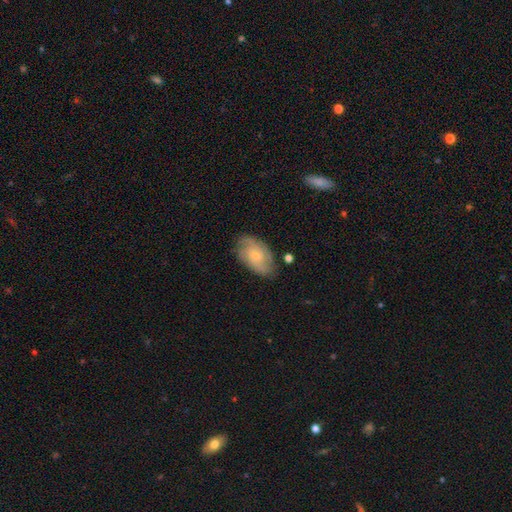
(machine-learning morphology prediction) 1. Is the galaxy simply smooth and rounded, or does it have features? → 65% featured or disk, 29% smooth, 6% star or artifact.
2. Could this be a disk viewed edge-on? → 96% no, 4% yes.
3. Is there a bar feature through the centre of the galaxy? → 63% no, 32% weak, 4% strong.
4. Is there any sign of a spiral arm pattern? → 90% yes, 10% no.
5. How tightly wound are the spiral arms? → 43% tight, 42% medium, 15% loose.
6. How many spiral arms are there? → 39% 2, 28% can't tell, 19% 3, 6% 4, 4% 1, 4% more than 4.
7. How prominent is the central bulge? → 69% small, 24% moderate, 4% none, 1% large, 1% dominant.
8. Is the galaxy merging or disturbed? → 75% none, 18% minor disturbance, 5% major disturbance, 2% merger.